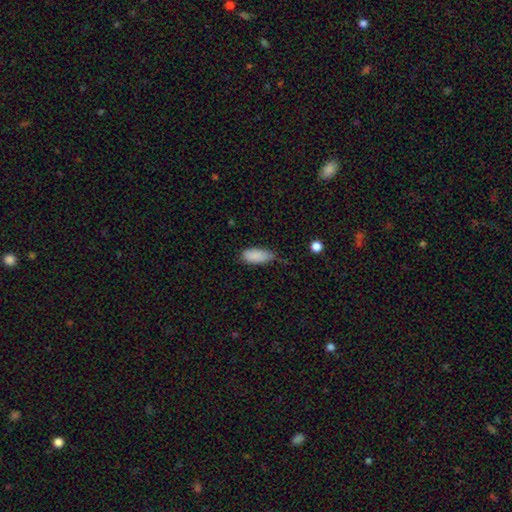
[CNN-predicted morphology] smooth 88%, star or artifact 7%, featured or disk 5%. Down the decision tree: how rounded — in between (87%); merging — none (57%).